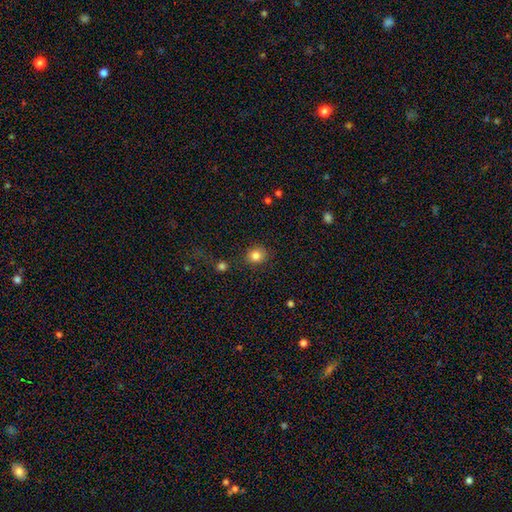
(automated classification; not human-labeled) Q: Smooth or featured?
A: smooth (84%); runner-up: star or artifact (11%)
Q: How rounded?
A: round (74%); runner-up: in between (25%)
Q: Merging?
A: none (82%); runner-up: minor disturbance (11%)